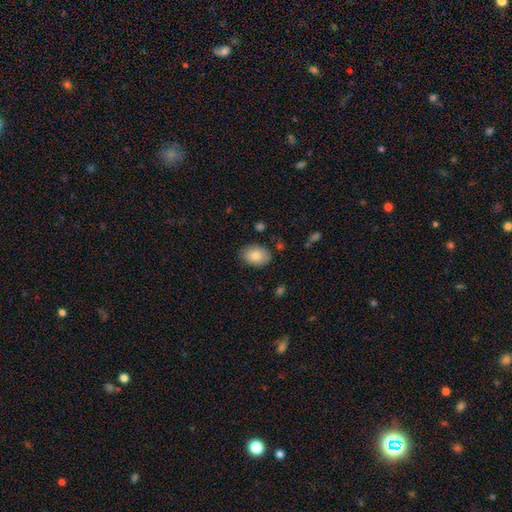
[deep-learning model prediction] A smooth galaxy with no disk features (84%) that is in between round and cigar-shaped (80%). Merging: none (84%).